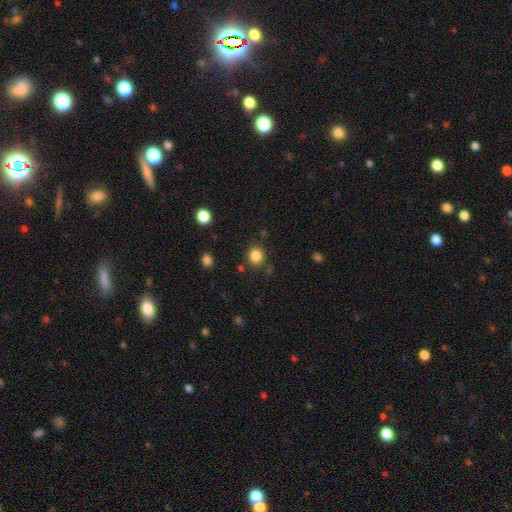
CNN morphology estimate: Smooth or featured? smooth (84%)
How rounded? round (78%)
Merging? none (83%)